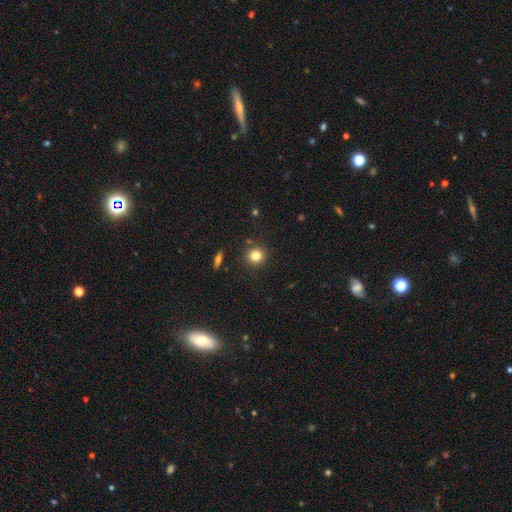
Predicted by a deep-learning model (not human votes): Smooth or featured? Predicted: smooth (p=0.81). How rounded? Predicted: round (p=0.92). Merging? Predicted: none (p=0.88).